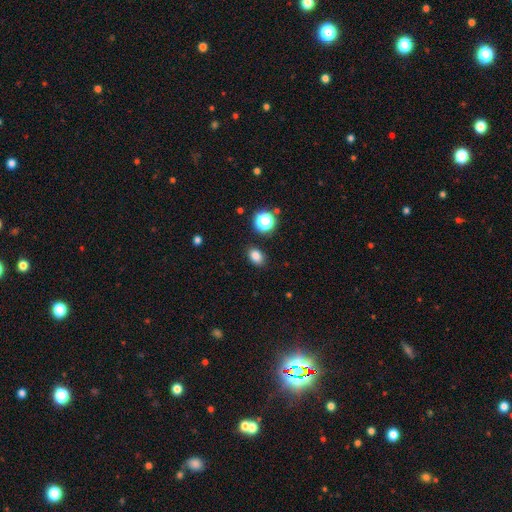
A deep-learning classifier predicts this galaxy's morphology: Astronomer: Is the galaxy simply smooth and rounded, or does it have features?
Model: smooth — 81%.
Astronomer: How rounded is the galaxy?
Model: in between — 72%.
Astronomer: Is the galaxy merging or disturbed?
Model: none — 87%.